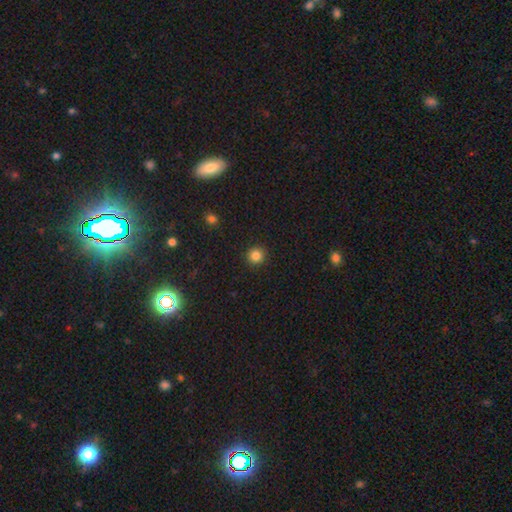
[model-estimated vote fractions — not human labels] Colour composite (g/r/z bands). It shows a smooth galaxy with no disk features (85%) that is round (94%). Merging: none (92%).